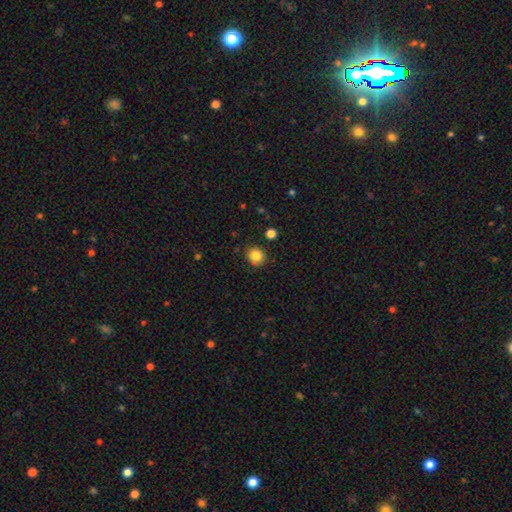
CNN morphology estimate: Smooth or featured? smooth (85%)
How rounded? round (86%)
Merging? none (87%)